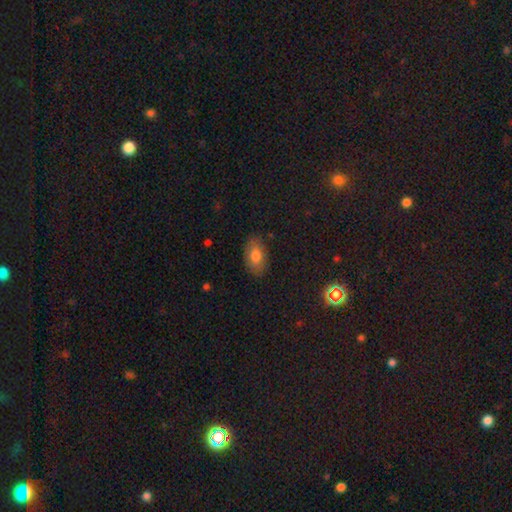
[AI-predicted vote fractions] This is likely a smooth galaxy (76%). How rounded: clearly in between (91%). Merging: clearly none (83%).